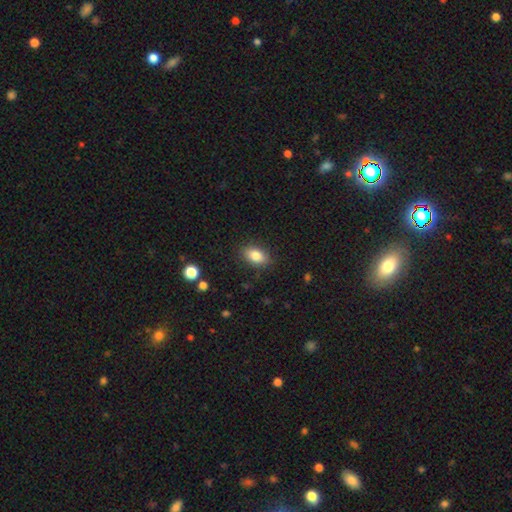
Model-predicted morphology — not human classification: Smooth or featured? Predicted: smooth (p=0.84). How rounded? Predicted: in between (p=0.87). Merging? Predicted: none (p=0.86).